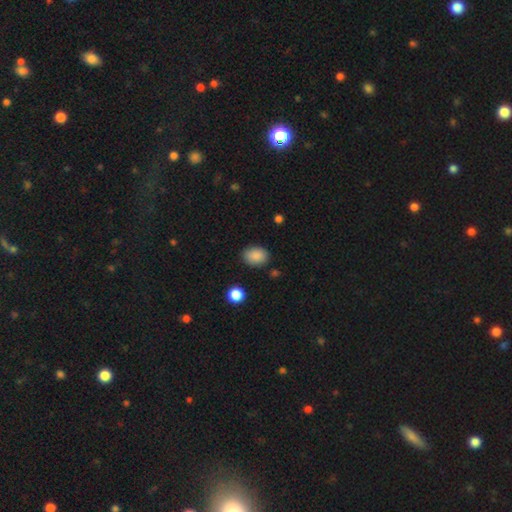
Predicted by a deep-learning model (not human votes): Overall: smooth (88%). How rounded: in between (74%). Merging: none (84%).